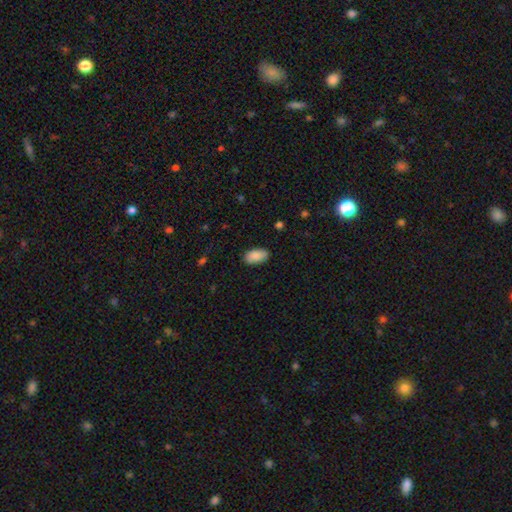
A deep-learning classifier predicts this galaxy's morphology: smooth_or_featured: smooth (p=0.89) [alt: star or artifact p=0.06]
how_rounded: in between (p=0.95) [alt: round p=0.03]
merging: none (p=0.85) [alt: minor disturbance p=0.11]